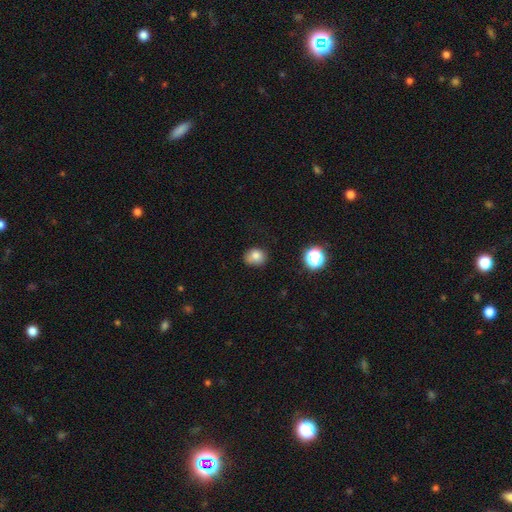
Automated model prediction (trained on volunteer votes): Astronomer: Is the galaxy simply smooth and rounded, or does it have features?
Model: smooth — 80%.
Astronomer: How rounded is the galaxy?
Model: round — 58% (runner-up: in between, 41%).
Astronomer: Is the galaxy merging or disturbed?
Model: none — 65%.